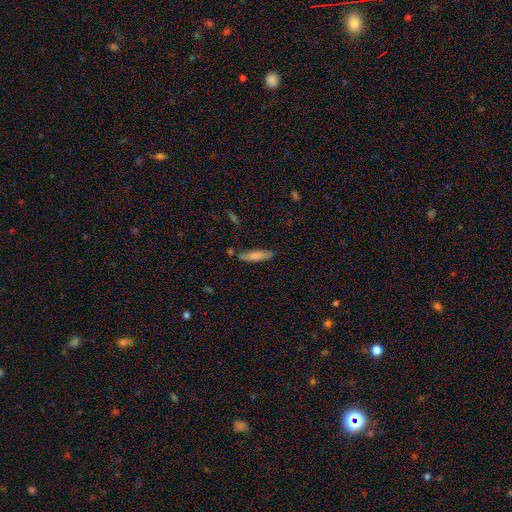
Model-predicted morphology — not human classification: A smooth galaxy with no disk features (78%) that is cigar-shaped (73%).

Vote fractions:
- Smooth or featured? smooth: 78% / featured or disk: 15% / star or artifact: 7%
- How rounded? cigar-shaped: 73% / in between: 25% / round: 2%
- Merging? none: 73% / minor disturbance: 17% / merger: 7% / major disturbance: 4%